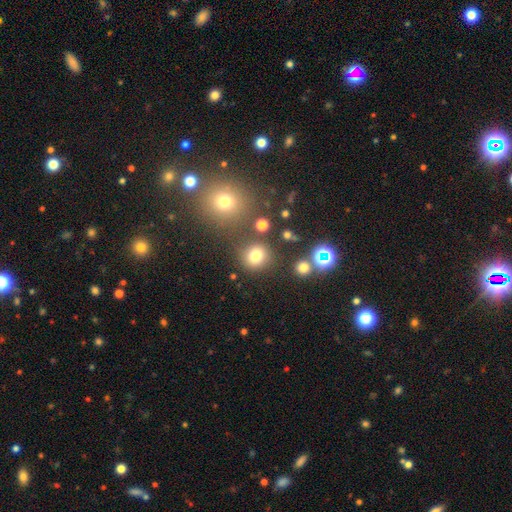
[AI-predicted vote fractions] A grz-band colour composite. It shows a smooth galaxy with no disk features (75%) that is round (86%). Merging: none (80%).